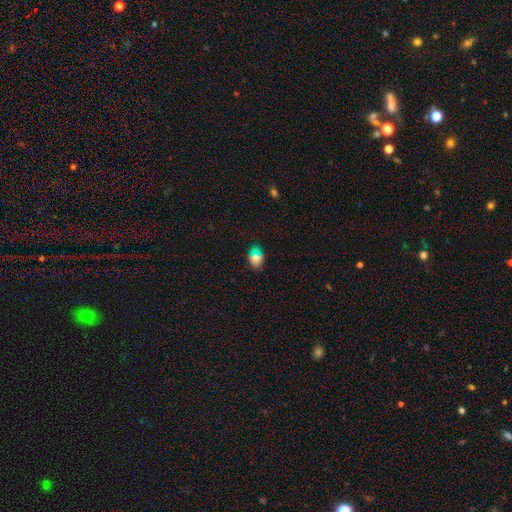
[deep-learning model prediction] Smooth or featured? smooth (73%)
How rounded? in between (77%)
Merging? none (85%)